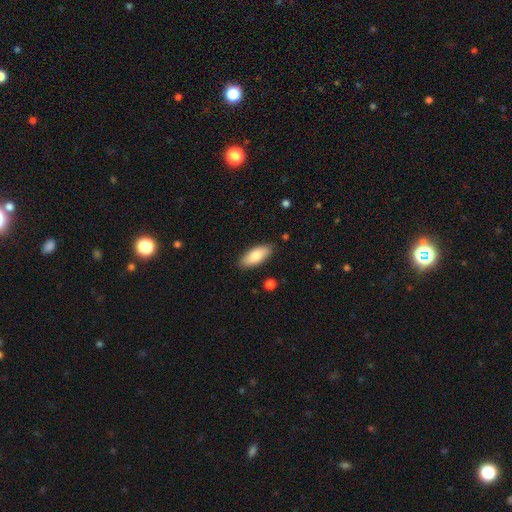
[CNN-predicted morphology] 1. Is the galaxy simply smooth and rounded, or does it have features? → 81% smooth, 13% featured or disk, 6% star or artifact.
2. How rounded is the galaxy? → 83% in between, 15% cigar-shaped, 2% round.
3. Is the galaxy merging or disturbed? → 87% none, 9% minor disturbance, 2% major disturbance, 1% merger.